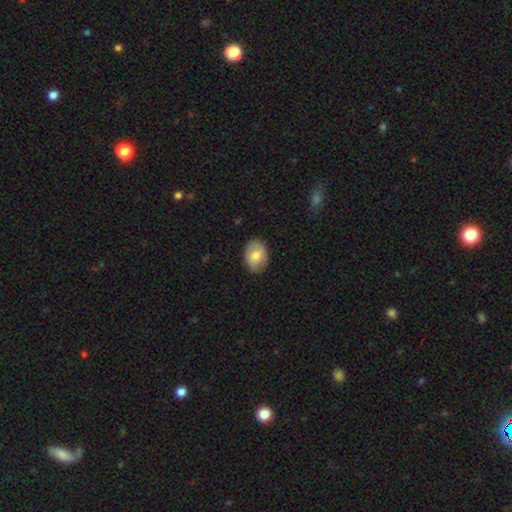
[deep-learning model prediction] smooth-or-featured: smooth: 75% | featured or disk: 18% | star or artifact: 7%
  how-rounded: in between: 73% | round: 26% | cigar-shaped: 1%
  merging: none: 86% | minor disturbance: 11% | major disturbance: 2% | merger: 1%